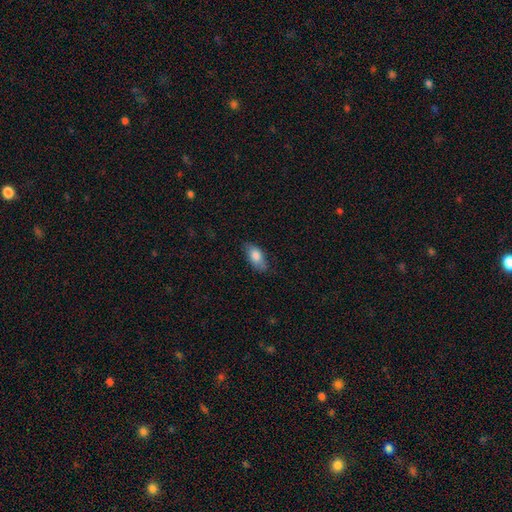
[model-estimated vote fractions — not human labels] Morphology: type=smooth (81%); roundness=in between (88%); merging=none (76%).